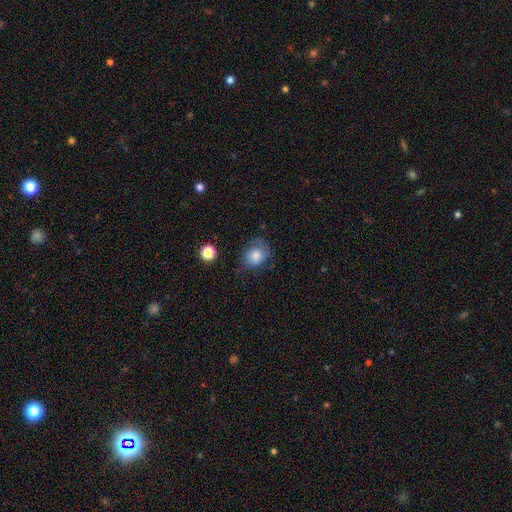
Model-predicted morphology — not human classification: Overall: smooth (76%). How rounded: round (63%; in between 37%). Merging: none (54%; minor disturbance 29%).